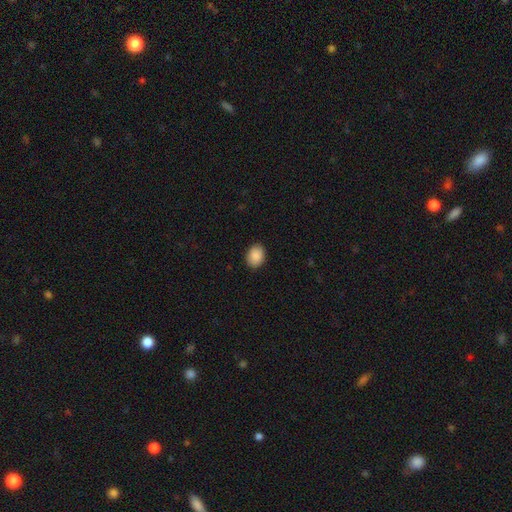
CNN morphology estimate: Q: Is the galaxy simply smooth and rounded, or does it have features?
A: smooth — 90%.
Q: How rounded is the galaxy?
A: in between — 65%.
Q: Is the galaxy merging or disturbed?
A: none — 89%.